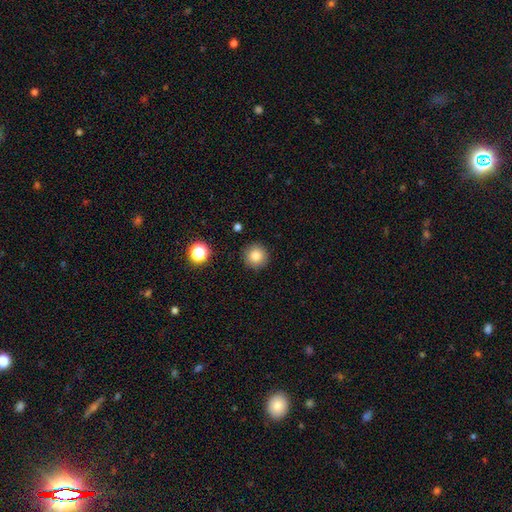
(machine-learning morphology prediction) type=smooth (82%); roundness=round (95%); merging=none (91%).